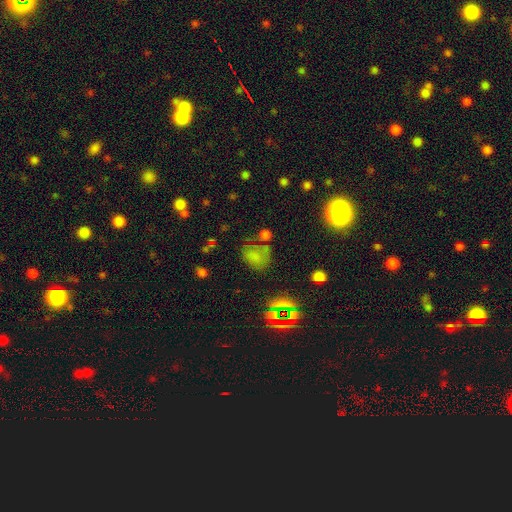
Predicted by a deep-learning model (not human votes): Smooth or featured? smooth (59%)
How rounded? in between (52%)
Merging? none (47%)